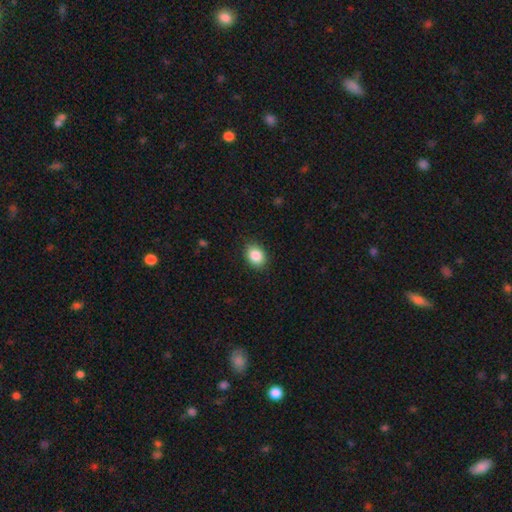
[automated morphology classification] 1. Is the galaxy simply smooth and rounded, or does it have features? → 87% smooth, 8% star or artifact, 5% featured or disk.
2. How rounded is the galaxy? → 63% in between, 36% round, 1% cigar-shaped.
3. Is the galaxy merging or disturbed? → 88% none, 9% minor disturbance, 2% major disturbance, 1% merger.